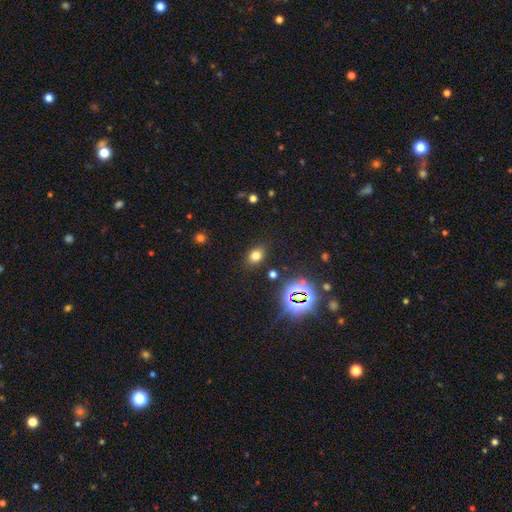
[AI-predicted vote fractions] The model was most divided on "how rounded": in between: 59%, round: 39%, cigar-shaped: 1%. More confident: merging — none (85%); smooth or featured — smooth (72%).